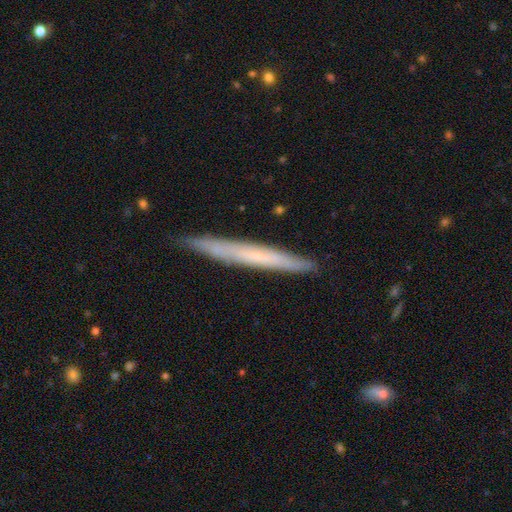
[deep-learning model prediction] Morphology: type=featured or disk (48%); merging=none (87%).